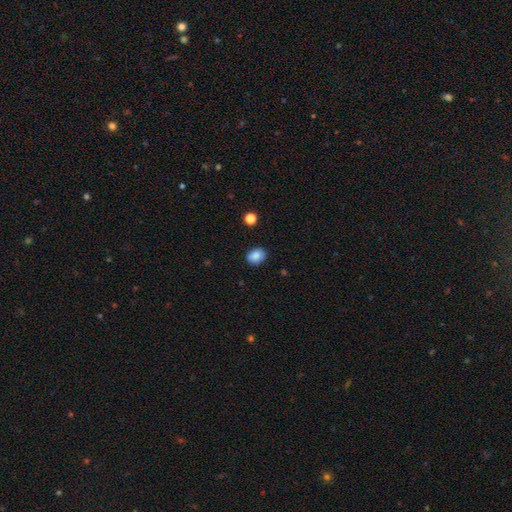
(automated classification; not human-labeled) Smooth or featured: smooth — 86% (star or artifact — 9%)
How rounded: in between — 52% (round — 47%)
Merging: none — 83% (minor disturbance — 12%)